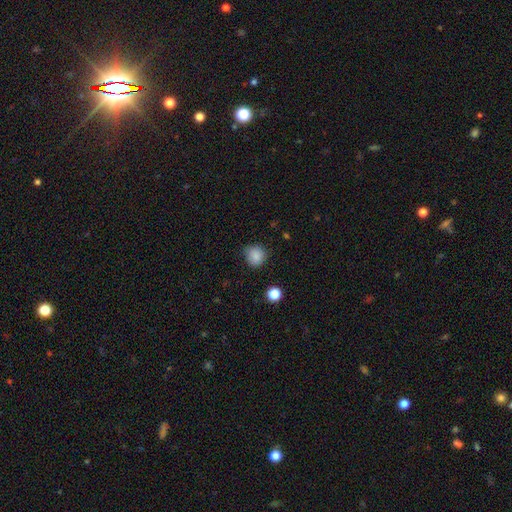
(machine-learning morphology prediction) Smooth or featured? smooth (85%)
How rounded? round (85%)
Merging? none (75%)